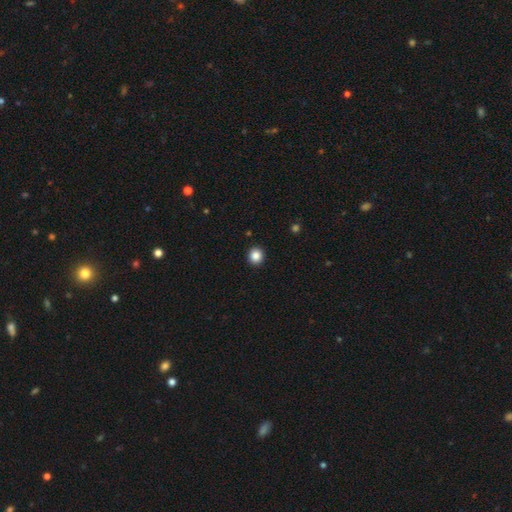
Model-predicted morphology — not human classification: The model was most divided on "smooth or featured": smooth: 86%, star or artifact: 10%, featured or disk: 4%. More confident: merging — none (93%); how rounded — round (92%).